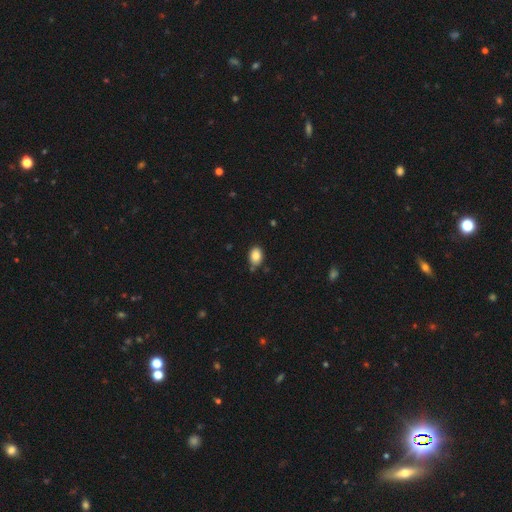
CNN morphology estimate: The model was most divided on "merging": none: 74%, minor disturbance: 19%, merger: 4%, major disturbance: 3%. More confident: smooth or featured — smooth (85%); how rounded — in between (79%).